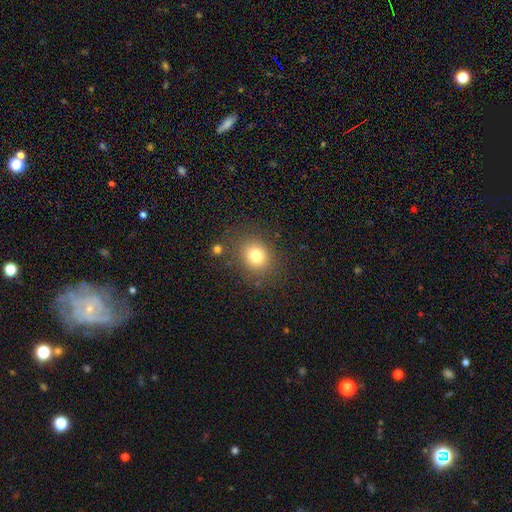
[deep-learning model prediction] Smooth or featured? smooth (78%)
How rounded? round (66%)
Merging? none (81%)